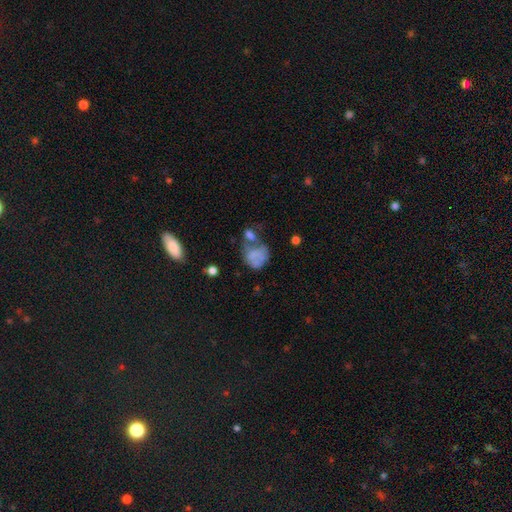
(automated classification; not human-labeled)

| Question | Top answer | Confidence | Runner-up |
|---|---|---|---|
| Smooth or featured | smooth | 58% | featured or disk (32%) |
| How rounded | round | 52% | in between (47%) |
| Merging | merger | 30% | none (26%) |